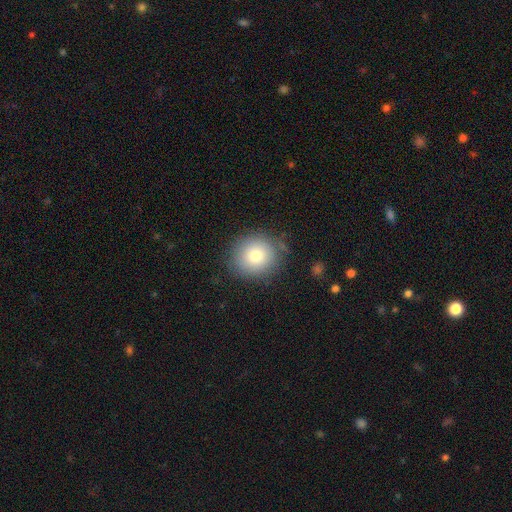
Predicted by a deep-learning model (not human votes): A smooth galaxy with no disk features (79%) that is round (87%). Merging: none (82%).